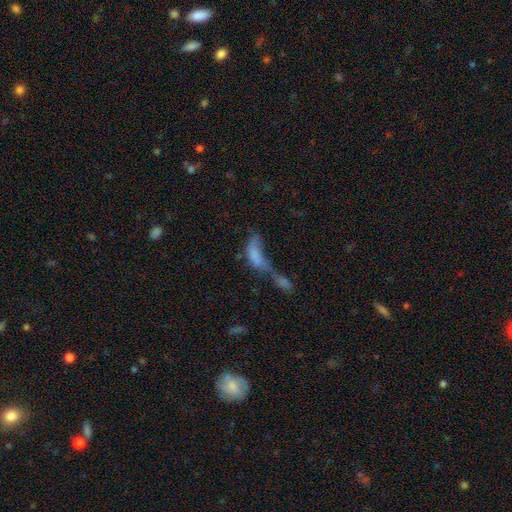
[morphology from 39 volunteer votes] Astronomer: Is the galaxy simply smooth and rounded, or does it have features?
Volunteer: smooth — 49% (runner-up: featured or disk, 44%).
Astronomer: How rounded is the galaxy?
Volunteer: in between — 63%.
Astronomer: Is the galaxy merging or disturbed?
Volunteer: merger — 64%.